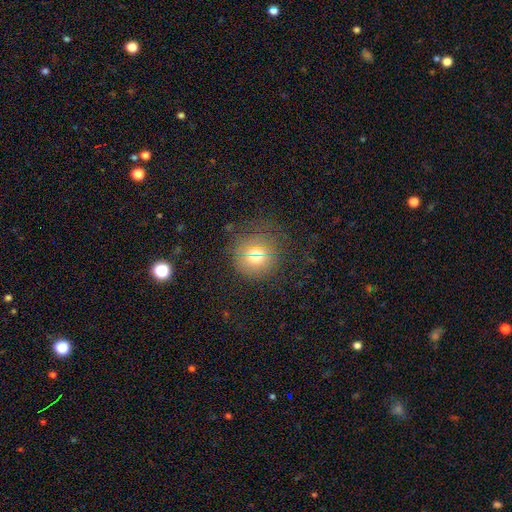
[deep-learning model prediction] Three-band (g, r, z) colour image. It shows a smooth galaxy with no disk features (62%) that is round (90%). Merging: none (83%).